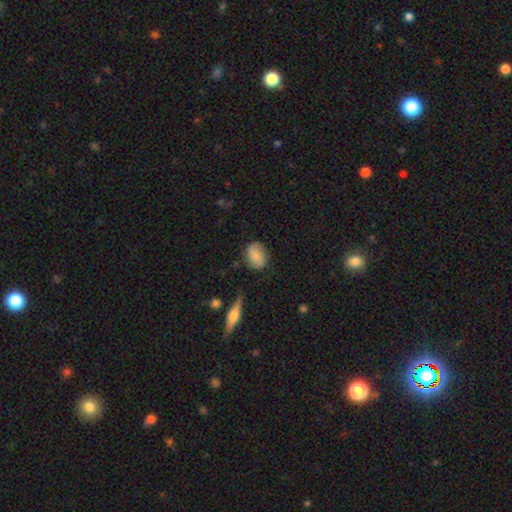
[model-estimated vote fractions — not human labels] smooth-or-featured: smooth: 78% | featured or disk: 15% | star or artifact: 7%
  how-rounded: in between: 73% | round: 25% | cigar-shaped: 2%
  merging: none: 74% | minor disturbance: 19% | major disturbance: 4% | merger: 2%